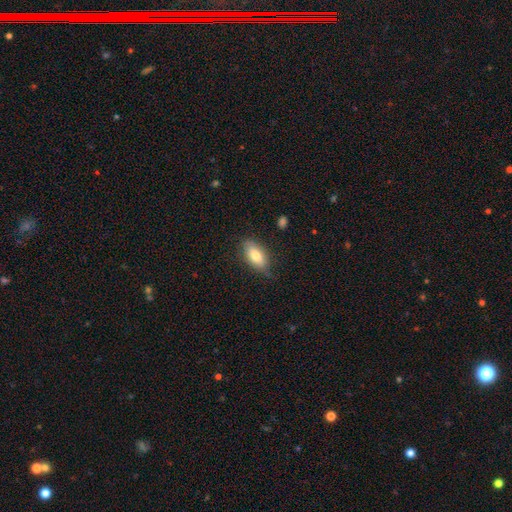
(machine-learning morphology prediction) Overall: smooth (76%). How rounded: in between (88%). Merging: none (74%).